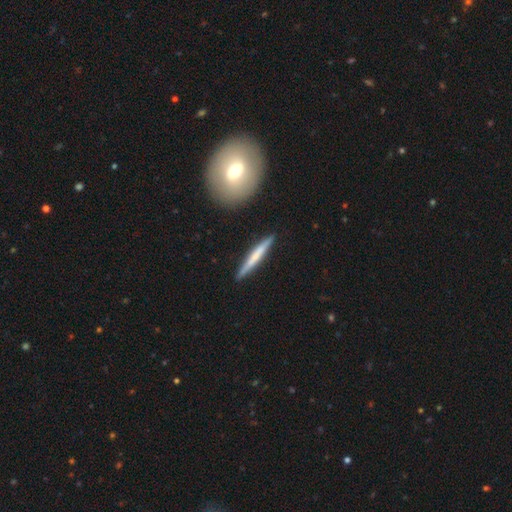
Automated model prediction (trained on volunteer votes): Q: Smooth or featured?
A: smooth (53%); runner-up: featured or disk (42%)
Q: How rounded?
A: cigar-shaped (95%); runner-up: in between (3%)
Q: Merging?
A: none (90%); runner-up: minor disturbance (7%)